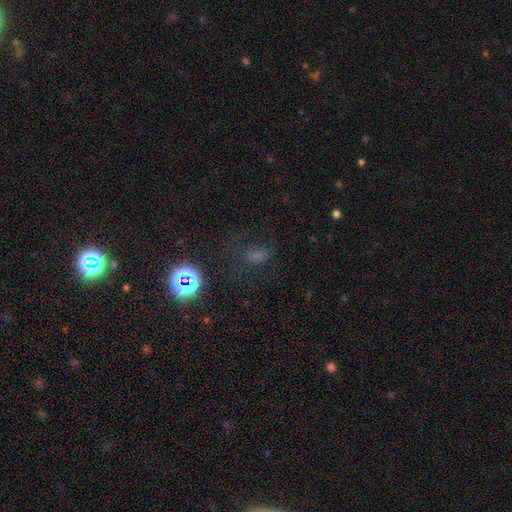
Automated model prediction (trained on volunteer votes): Smooth or featured: smooth — 50% (star or artifact — 37%)
How rounded: in between — 71% (round — 24%)
Merging: none — 60% (minor disturbance — 20%)